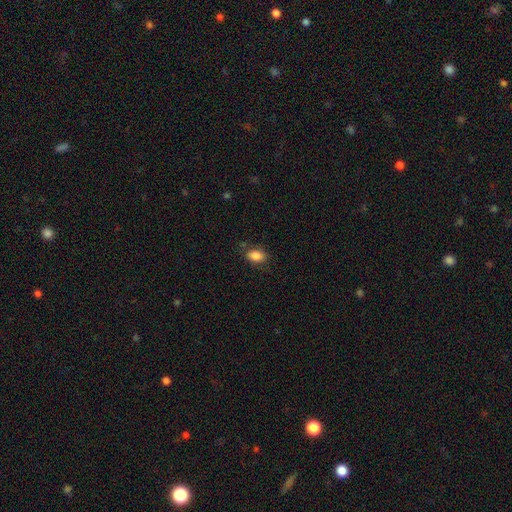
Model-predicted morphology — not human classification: A smooth galaxy with no disk features (86%) that is in between round and cigar-shaped (86%).

Vote fractions:
- Smooth or featured? smooth: 86% / star or artifact: 9% / featured or disk: 6%
- How rounded? in between: 86% / round: 12% / cigar-shaped: 2%
- Merging? none: 78% / minor disturbance: 16% / major disturbance: 4% / merger: 2%